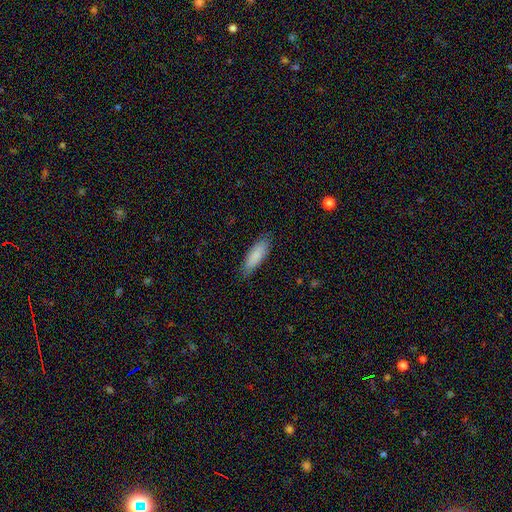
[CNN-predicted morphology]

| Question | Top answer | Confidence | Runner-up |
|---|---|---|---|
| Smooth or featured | smooth | 86% | featured or disk (9%) |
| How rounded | cigar-shaped | 50% | in between (48%) |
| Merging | none | 83% | minor disturbance (13%) |